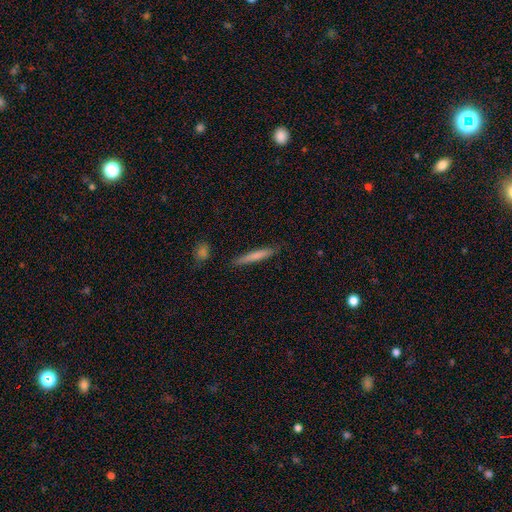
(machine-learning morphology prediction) smooth_or_featured: smooth (p=0.73) [alt: featured or disk p=0.21]
how_rounded: cigar-shaped (p=0.94) [alt: in between p=0.04]
merging: none (p=0.86) [alt: minor disturbance p=0.11]